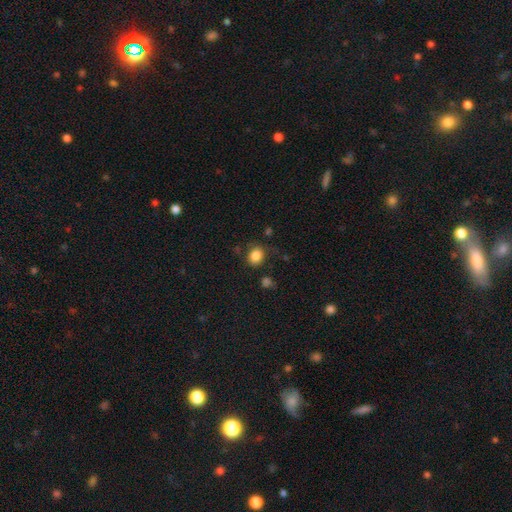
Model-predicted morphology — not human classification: This is clearly a smooth galaxy (84%). How rounded: likely round (68%). Merging: likely none (77%).